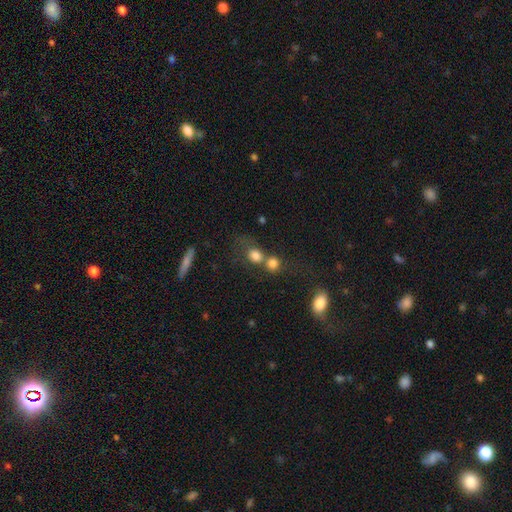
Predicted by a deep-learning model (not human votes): smooth_or_featured: smooth (p=0.79) [alt: star or artifact p=0.11]
how_rounded: round (p=0.73) [alt: in between p=0.25]
merging: merger (p=0.50) [alt: none p=0.35]